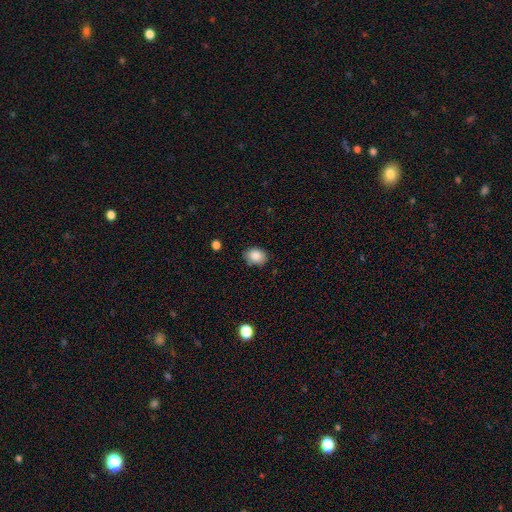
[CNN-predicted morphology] Q: Smooth or featured?
A: smooth (86%); runner-up: star or artifact (8%)
Q: How rounded?
A: in between (58%); runner-up: round (41%)
Q: Merging?
A: none (76%); runner-up: minor disturbance (18%)